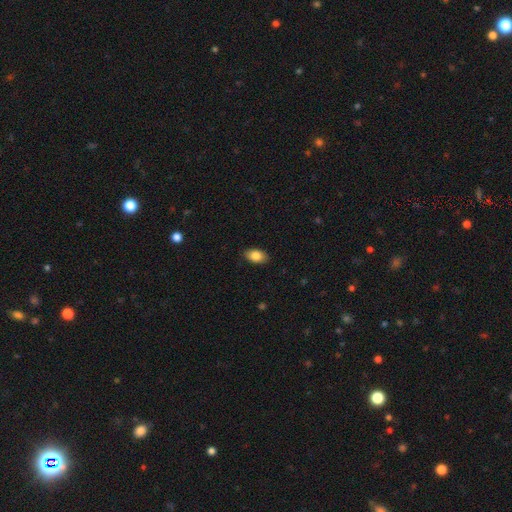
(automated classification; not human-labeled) Smooth or featured? smooth (85%)
How rounded? in between (91%)
Merging? none (87%)